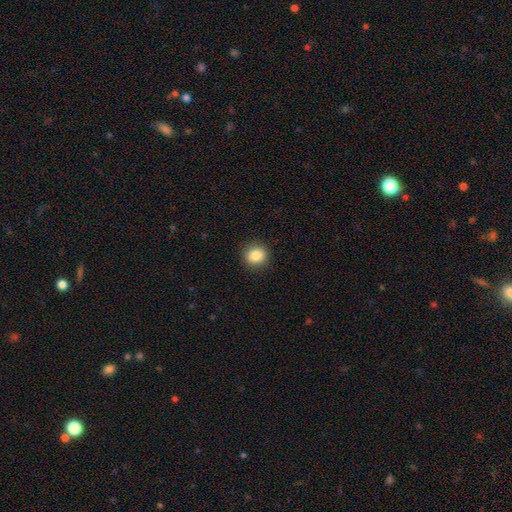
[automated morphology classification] A smooth galaxy with no disk features (85%) that is round (84%).

Vote fractions:
- Smooth or featured? smooth: 85% / star or artifact: 10% / featured or disk: 5%
- How rounded? round: 84% / in between: 15% / cigar-shaped: 1%
- Merging? none: 90% / minor disturbance: 7% / major disturbance: 2% / merger: 1%